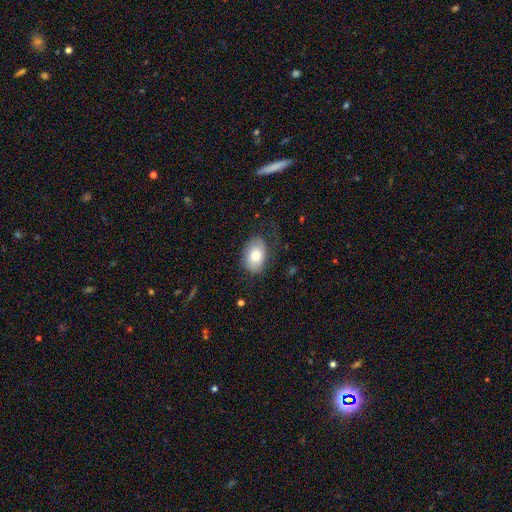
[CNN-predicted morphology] Overall: smooth (69%). How rounded: in between (84%). Merging: none (68%).